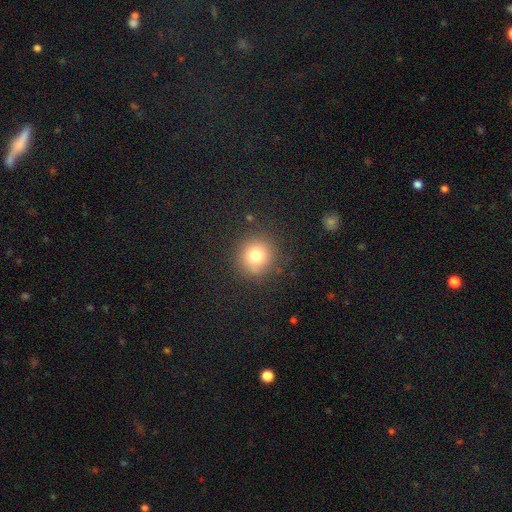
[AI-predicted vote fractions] This is likely a smooth galaxy (76%). How rounded: clearly round (92%). Merging: clearly none (87%).